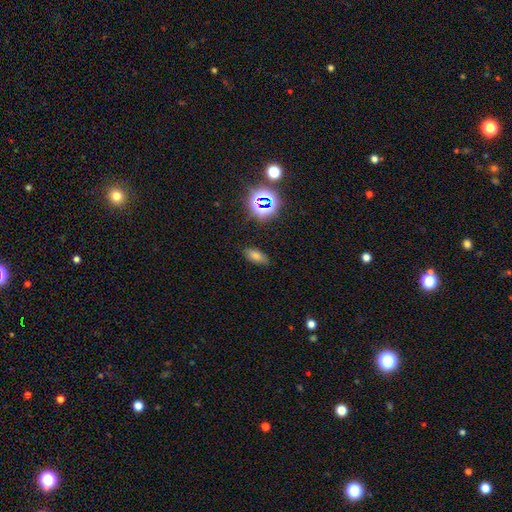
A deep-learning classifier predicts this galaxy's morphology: smooth_or_featured: smooth (p=0.56) [alt: star or artifact p=0.29]
how_rounded: in between (p=0.81) [alt: cigar-shaped p=0.10]
merging: none (p=0.85) [alt: minor disturbance p=0.10]